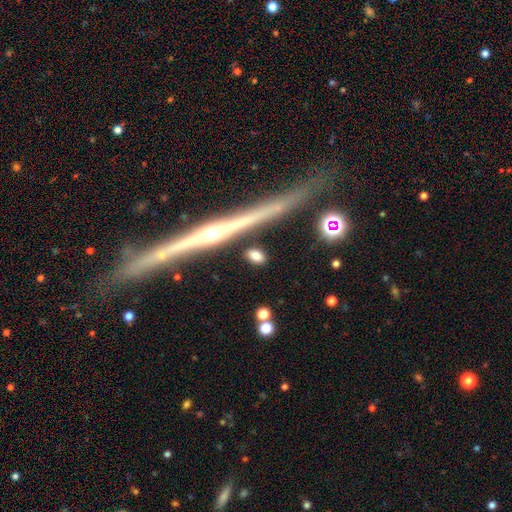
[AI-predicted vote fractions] This appears to be a smooth galaxy with no disk features (78%) that is in between round and cigar-shaped (65%). Merging: none (84%).